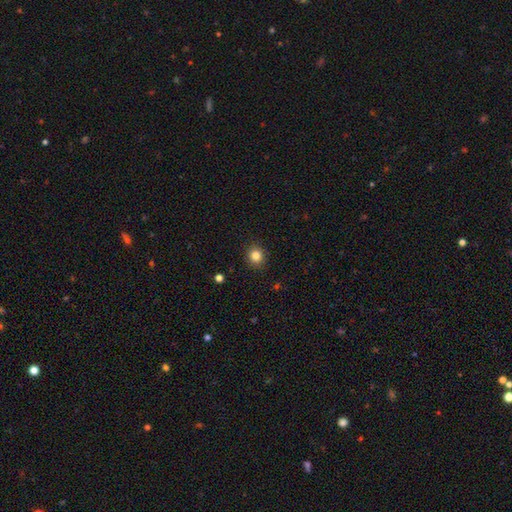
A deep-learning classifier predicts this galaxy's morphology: Smooth or featured? smooth (84%)
How rounded? round (86%)
Merging? none (91%)